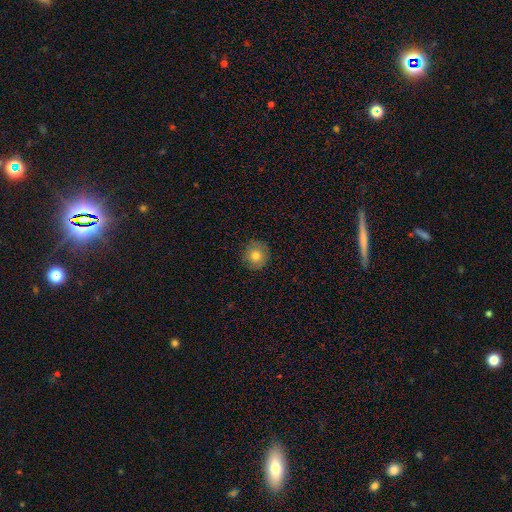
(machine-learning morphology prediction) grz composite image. It shows a smooth galaxy with no disk features (77%) that is round (92%). Merging: none (88%).